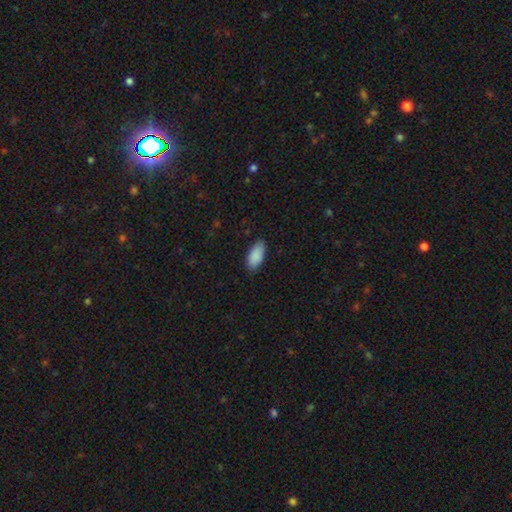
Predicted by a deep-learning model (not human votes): smooth-or-featured: smooth: 90% | star or artifact: 6% | featured or disk: 4%
  how-rounded: in between: 92% | cigar-shaped: 7% | round: 2%
  merging: none: 83% | minor disturbance: 13% | major disturbance: 2% | merger: 1%